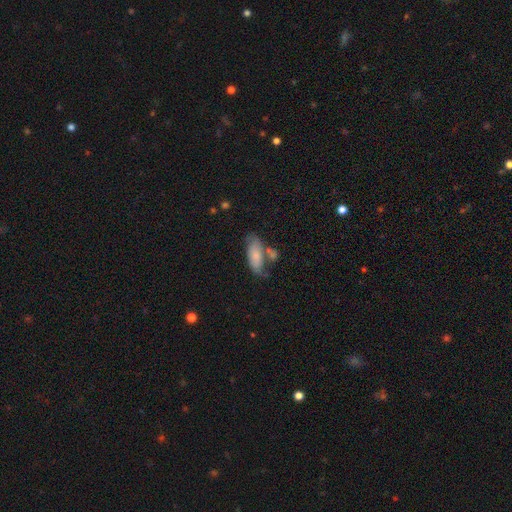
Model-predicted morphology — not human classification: Smooth or featured?
  - smooth: 69% *
  - featured or disk: 24%
  - star or artifact: 6%
How rounded?
  - in between: 83% *
  - cigar-shaped: 14%
  - round: 3%
Merging?
  - none: 42% *
  - merger: 24%
  - minor disturbance: 24%
  - major disturbance: 11%